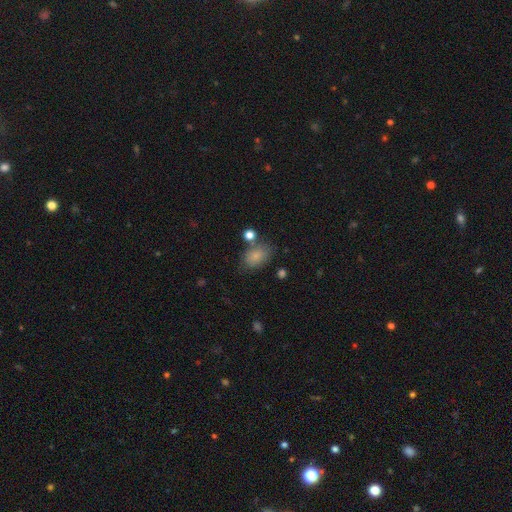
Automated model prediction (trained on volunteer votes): Q: Smooth or featured?
A: smooth (82%); runner-up: star or artifact (9%)
Q: How rounded?
A: in between (82%); runner-up: round (17%)
Q: Merging?
A: none (66%); runner-up: minor disturbance (18%)